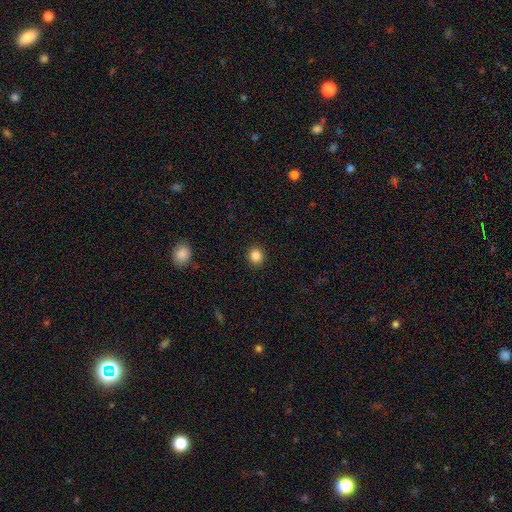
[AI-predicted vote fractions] The model was most divided on "smooth or featured": smooth: 86%, star or artifact: 11%, featured or disk: 4%. More confident: merging — none (92%); how rounded — round (87%).